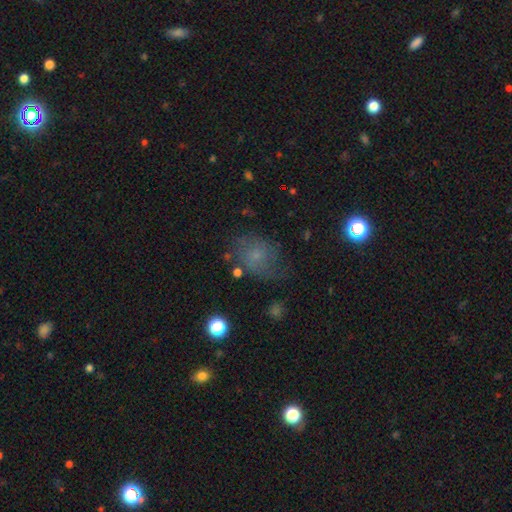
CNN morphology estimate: A smooth galaxy with no disk features (49%). Merging: none (56%).